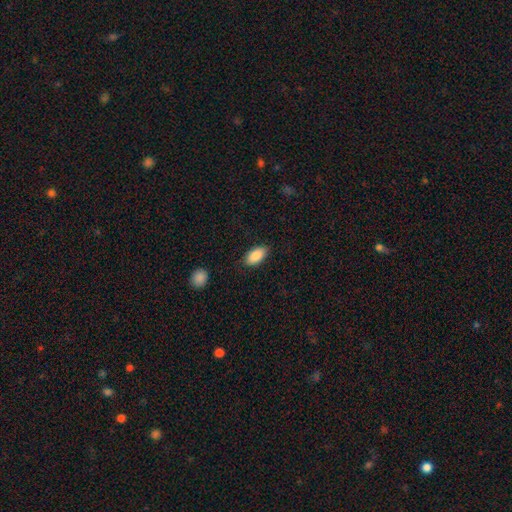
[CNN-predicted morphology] Q: Smooth or featured?
A: smooth (88%); runner-up: star or artifact (7%)
Q: How rounded?
A: in between (94%); runner-up: round (3%)
Q: Merging?
A: none (84%); runner-up: minor disturbance (12%)